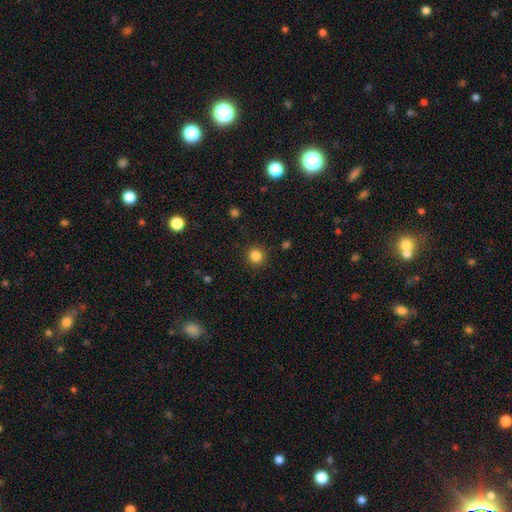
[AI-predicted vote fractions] Smooth or featured? Predicted: smooth (p=0.84). How rounded? Predicted: round (p=0.92). Merging? Predicted: none (p=0.90).